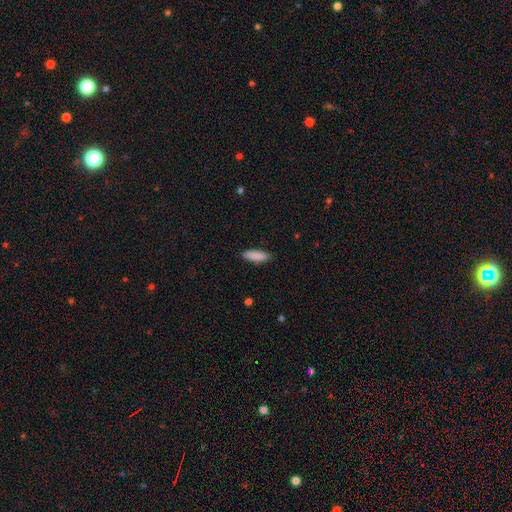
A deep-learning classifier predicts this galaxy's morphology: smooth 89%, star or artifact 6%, featured or disk 5%. Down the decision tree: how rounded — cigar-shaped (51%); merging — none (88%).